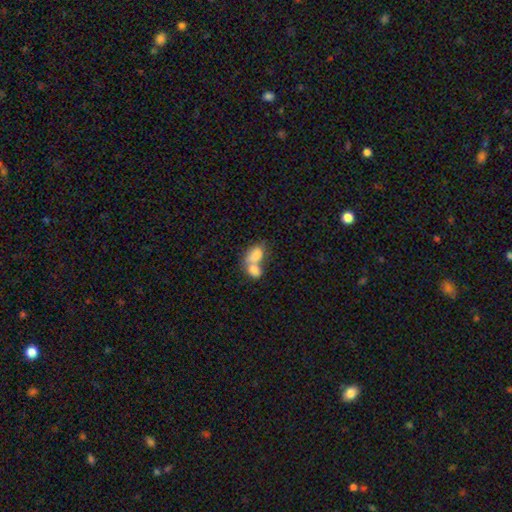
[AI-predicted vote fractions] Smooth or featured? Predicted: smooth (p=0.75). How rounded? Predicted: in between (p=0.82). Merging? Predicted: merger (p=0.73).